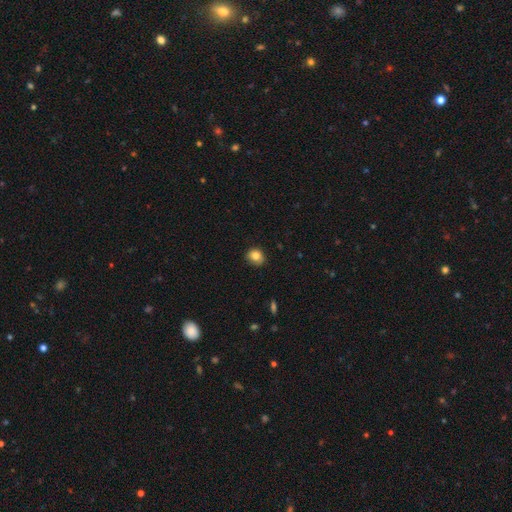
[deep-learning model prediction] Smooth or featured? smooth (82%)
How rounded? round (69%)
Merging? none (80%)